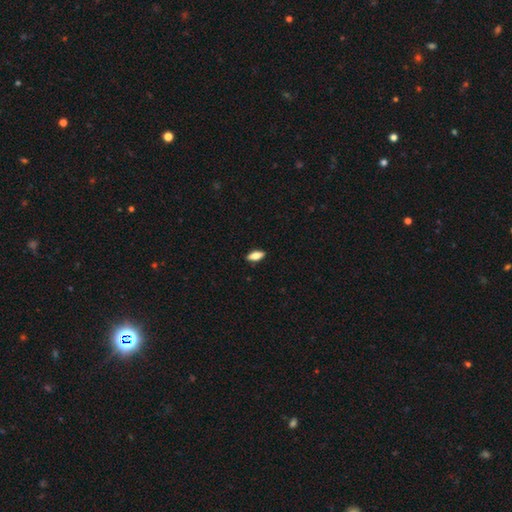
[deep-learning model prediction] smooth 78%, featured or disk 15%, star or artifact 7%. Down the decision tree: how rounded — in between (78%); merging — none (89%).